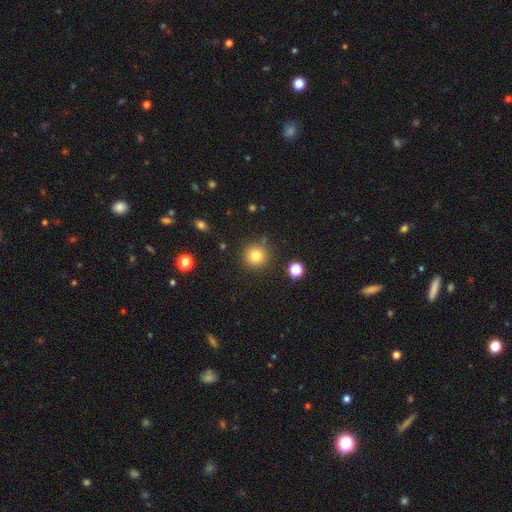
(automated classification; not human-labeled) smooth-or-featured: smooth: 80% | star or artifact: 13% | featured or disk: 7%
  how-rounded: round: 94% | in between: 5% | cigar-shaped: 1%
  merging: none: 84% | minor disturbance: 9% | merger: 4% | major disturbance: 3%